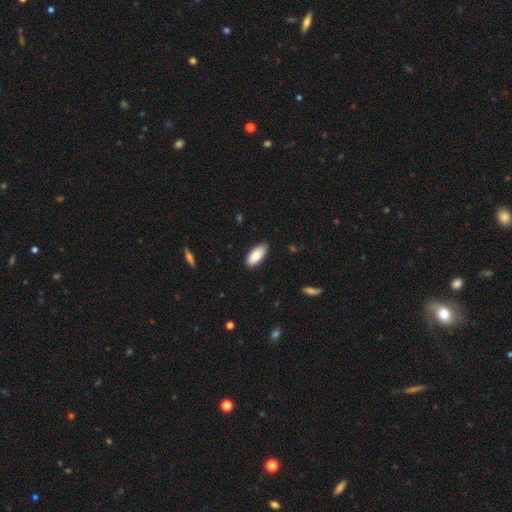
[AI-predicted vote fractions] A smooth galaxy with no disk features (88%) that is in between round and cigar-shaped (89%). Merging: none (86%).